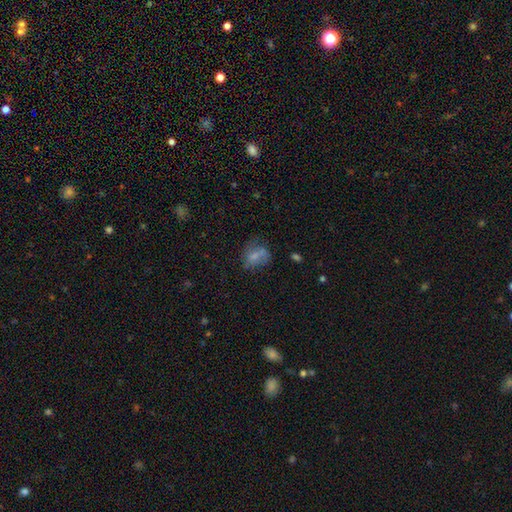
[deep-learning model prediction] This is likely a smooth galaxy (60%). How rounded: likely in between (62%). Merging: possibly none (46%).